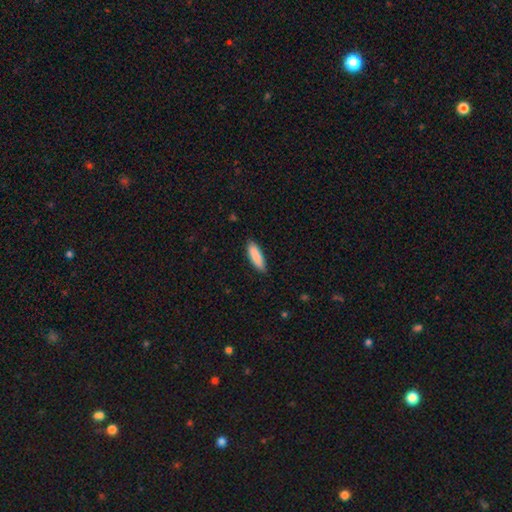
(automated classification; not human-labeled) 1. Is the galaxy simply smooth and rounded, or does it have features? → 88% smooth, 6% featured or disk, 6% star or artifact.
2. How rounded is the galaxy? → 58% cigar-shaped, 41% in between, 1% round.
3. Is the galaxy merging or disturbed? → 86% none, 11% minor disturbance, 2% major disturbance, 1% merger.